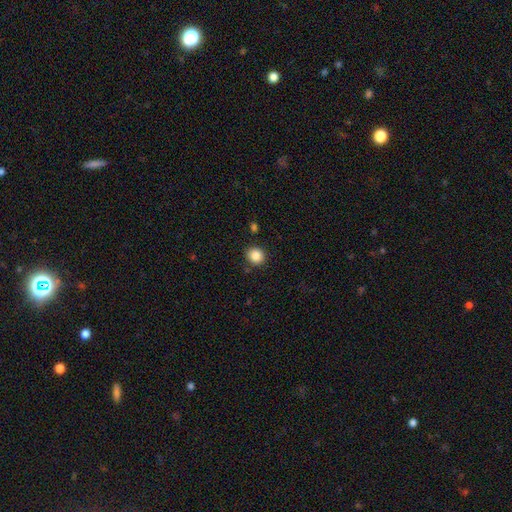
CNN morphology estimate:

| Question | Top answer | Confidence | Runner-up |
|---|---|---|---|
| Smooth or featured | smooth | 86% | star or artifact (10%) |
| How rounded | round | 86% | in between (13%) |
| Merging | none | 87% | minor disturbance (8%) |